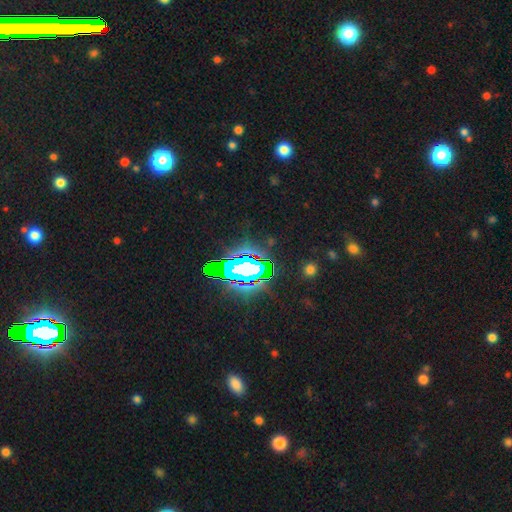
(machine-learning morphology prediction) smooth_or_featured: star or artifact (p=0.79) [alt: smooth p=0.12]